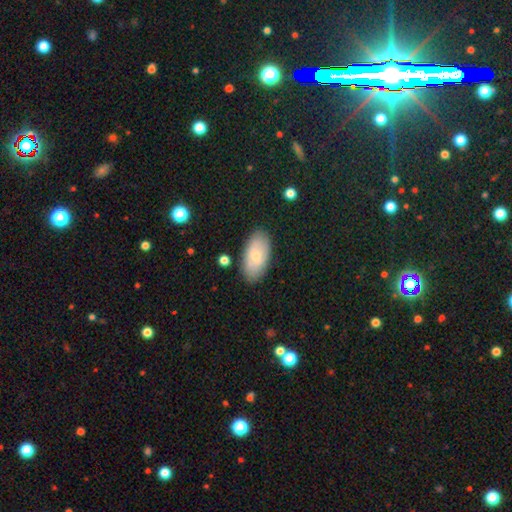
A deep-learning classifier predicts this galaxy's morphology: Smooth or featured: smooth — 65% (featured or disk — 28%)
How rounded: in between — 94% (cigar-shaped — 4%)
Merging: none — 84% (minor disturbance — 12%)